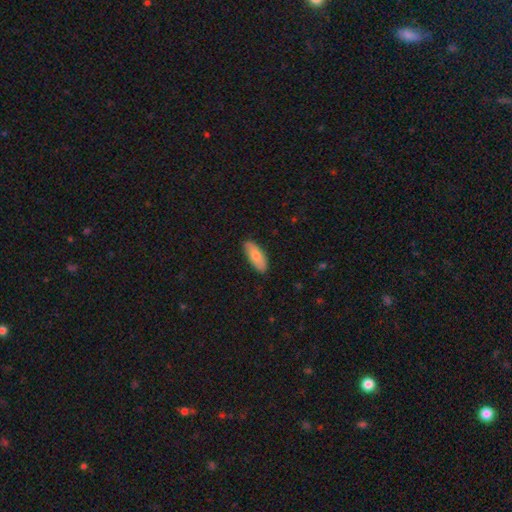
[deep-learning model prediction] smooth-or-featured: smooth: 76% | featured or disk: 18% | star or artifact: 6%
  how-rounded: in between: 75% | cigar-shaped: 23% | round: 2%
  merging: none: 85% | minor disturbance: 12% | major disturbance: 2% | merger: 1%